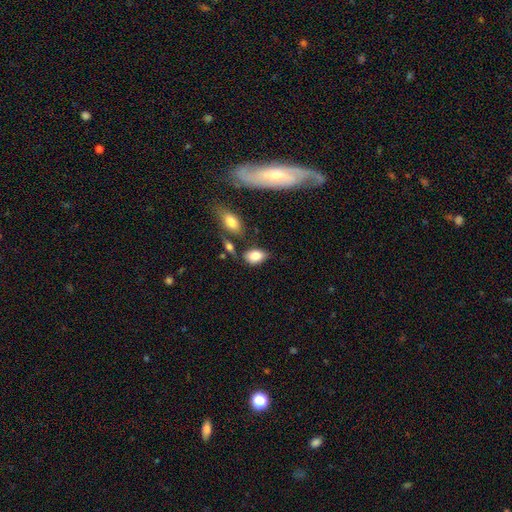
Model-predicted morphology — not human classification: Overall: smooth (82%). How rounded: in between (87%). Merging: none (65%).